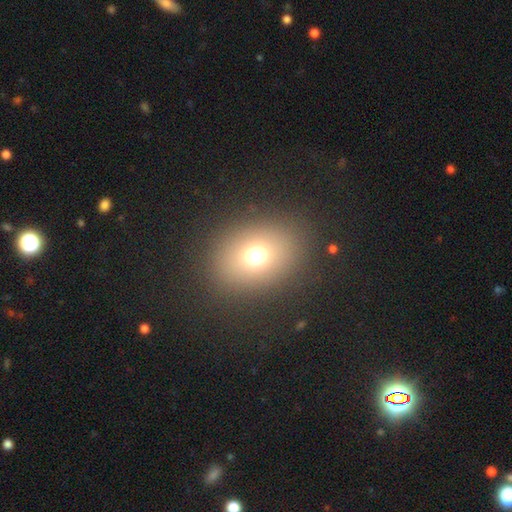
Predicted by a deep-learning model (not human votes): Overall: smooth (70%). How rounded: round (50%; in between 49%). Merging: none (85%).